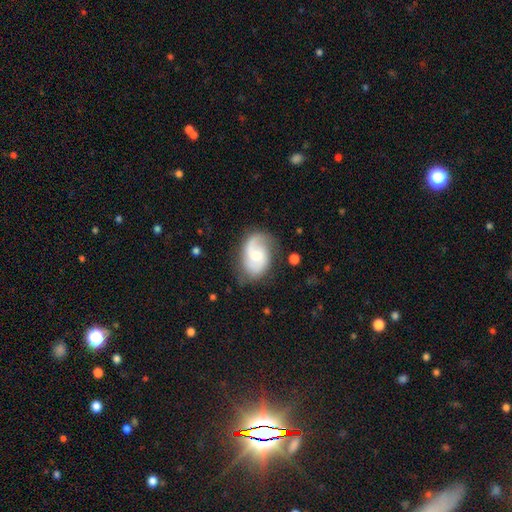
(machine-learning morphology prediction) The model was most divided on "spiral winding": medium: 43%, loose: 38%, tight: 19%. More confident: edge-on disk — no (97%); spiral arms — yes (93%); spiral arm count — 2 (73%); smooth or featured — featured or disk (72%); merging — none (68%); bar — no (58%); bulge size — moderate (57%).